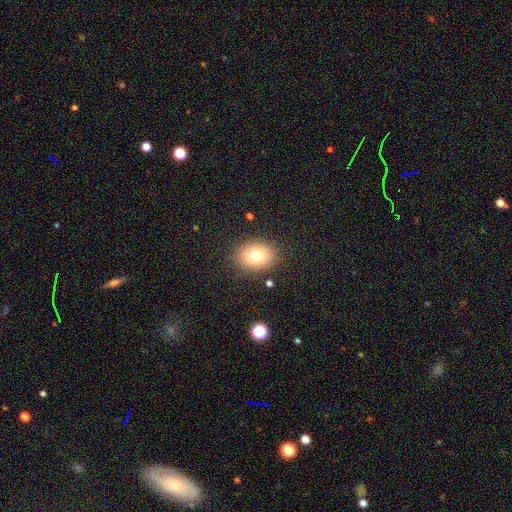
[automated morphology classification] This appears to be a smooth galaxy with no disk features (76%) that is in between round and cigar-shaped (61%). Merging: none (86%).